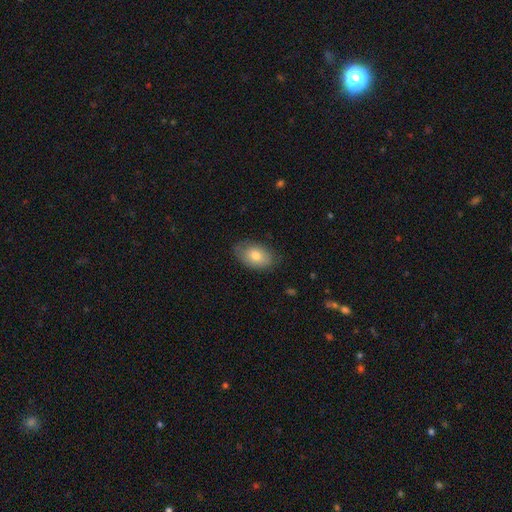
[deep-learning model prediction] This appears to be a smooth galaxy with no disk features (74%) that is in between round and cigar-shaped (89%). Merging: none (75%).